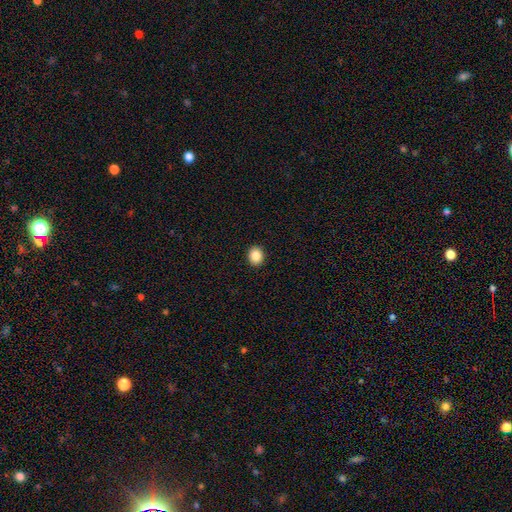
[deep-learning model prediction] Smooth or featured: smooth — 87% (star or artifact — 9%)
How rounded: round — 61% (in between — 38%)
Merging: none — 92% (minor disturbance — 5%)